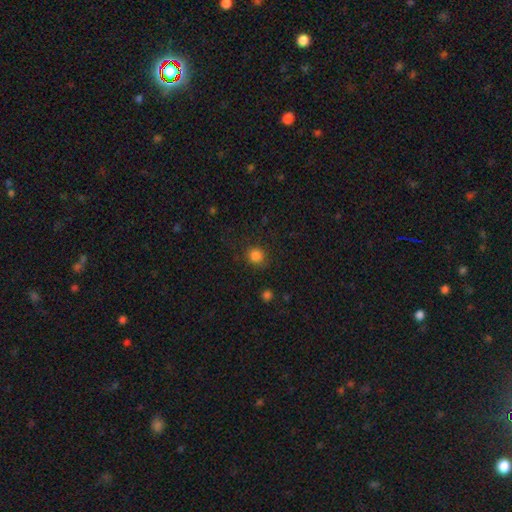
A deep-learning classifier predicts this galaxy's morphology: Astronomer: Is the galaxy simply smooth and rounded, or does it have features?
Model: smooth — 84%.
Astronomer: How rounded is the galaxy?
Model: round — 90%.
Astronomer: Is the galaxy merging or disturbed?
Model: none — 87%.